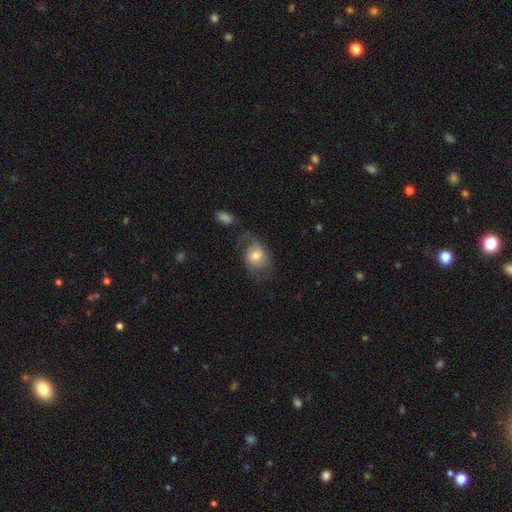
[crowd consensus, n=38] Smooth or featured? smooth (66%)
How rounded? round (64%)
Merging? major disturbance (43%)